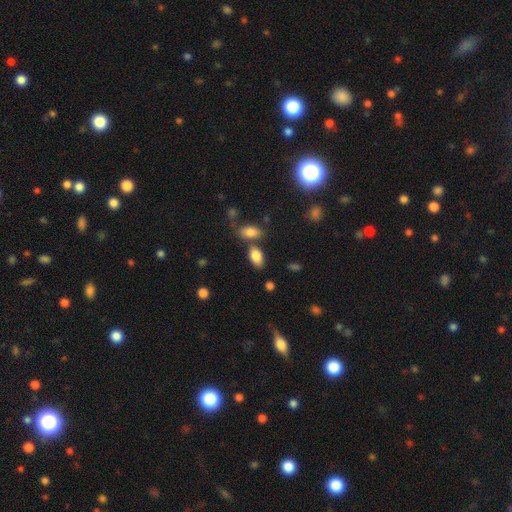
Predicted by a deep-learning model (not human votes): A smooth galaxy with no disk features (84%) that is in between round and cigar-shaped (92%).

Vote fractions:
- Smooth or featured? smooth: 84% / star or artifact: 8% / featured or disk: 8%
- How rounded? in between: 92% / round: 5% / cigar-shaped: 3%
- Merging? none: 65% / merger: 19% / minor disturbance: 13% / major disturbance: 4%